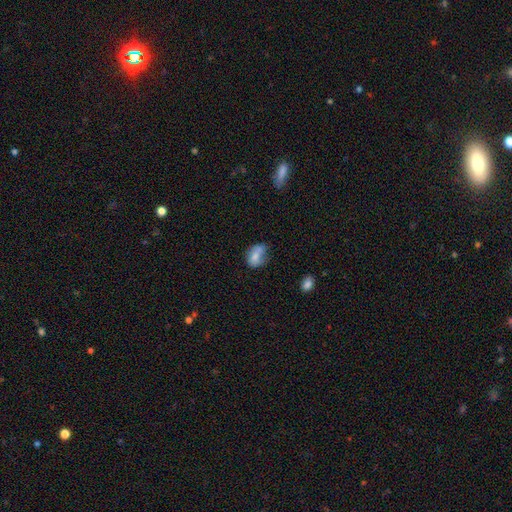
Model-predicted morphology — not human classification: Smooth or featured? Predicted: smooth (p=0.67). How rounded? Predicted: in between (p=0.68). Merging? Predicted: none (p=0.36).